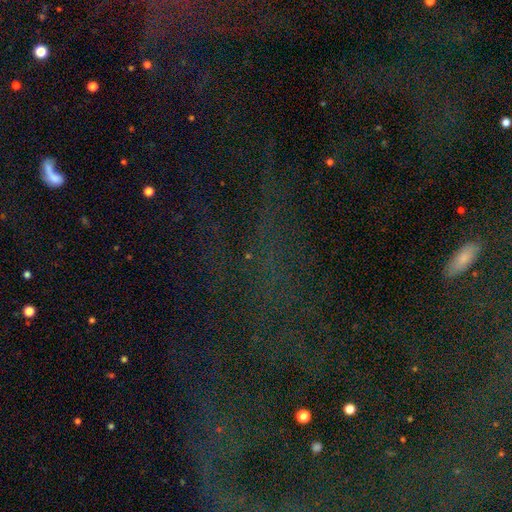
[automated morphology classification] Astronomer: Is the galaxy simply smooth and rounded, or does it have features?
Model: star or artifact — 74%.